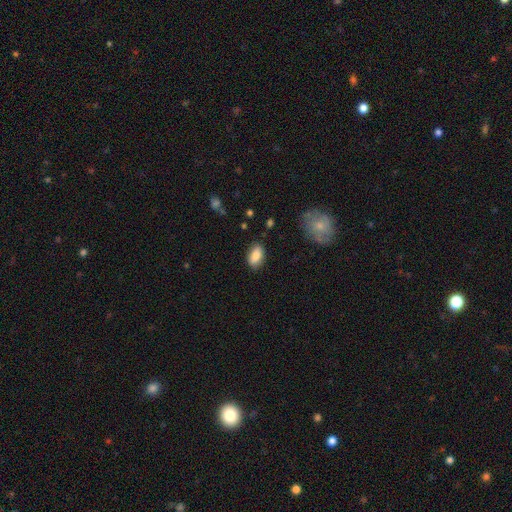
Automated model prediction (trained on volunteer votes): This appears to be a smooth galaxy with no disk features (85%) that is in between round and cigar-shaped (91%). Merging: none (83%).